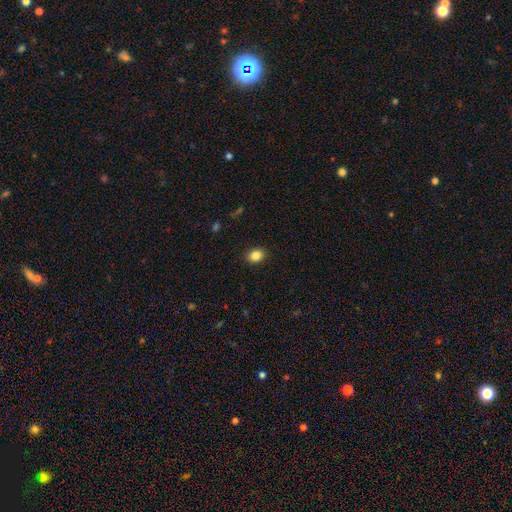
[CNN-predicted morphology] smooth_or_featured: smooth (p=0.85) [alt: star or artifact p=0.09]
how_rounded: in between (p=0.61) [alt: round p=0.38]
merging: none (p=0.89) [alt: minor disturbance p=0.08]